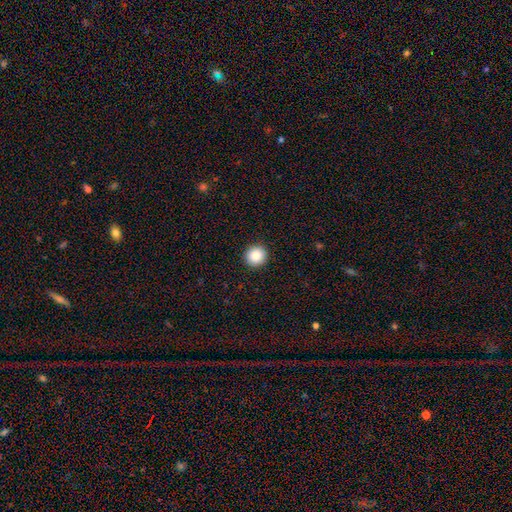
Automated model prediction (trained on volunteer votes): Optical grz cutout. It shows a smooth galaxy with no disk features (86%) that is round (93%). Merging: none (93%).